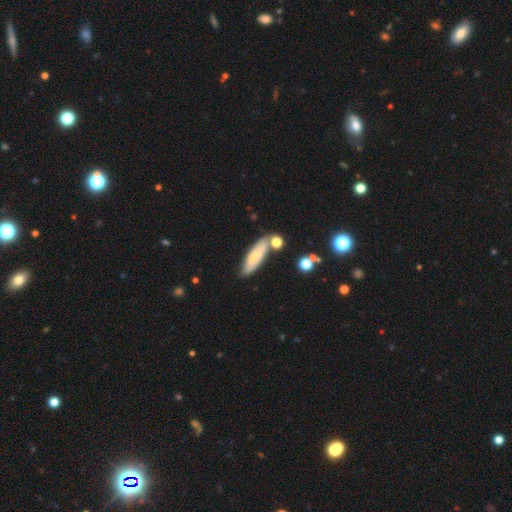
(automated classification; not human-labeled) smooth-or-featured: smooth: 67% | featured or disk: 26% | star or artifact: 7%
  how-rounded: cigar-shaped: 57% | in between: 41% | round: 2%
  merging: none: 69% | minor disturbance: 15% | merger: 12% | major disturbance: 3%